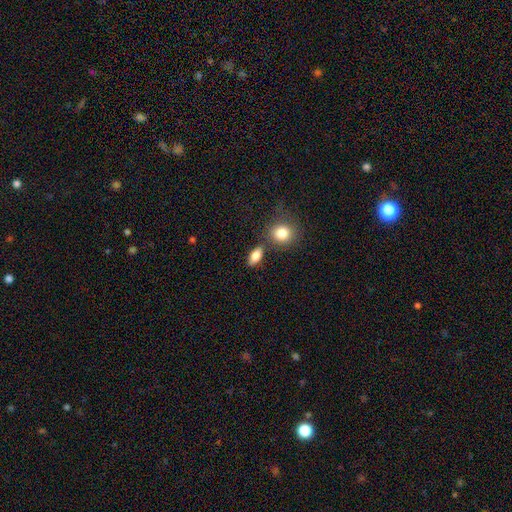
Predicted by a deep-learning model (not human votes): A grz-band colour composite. It shows a smooth galaxy with no disk features (82%) that is in between round and cigar-shaped (80%). Merging: none (73%).